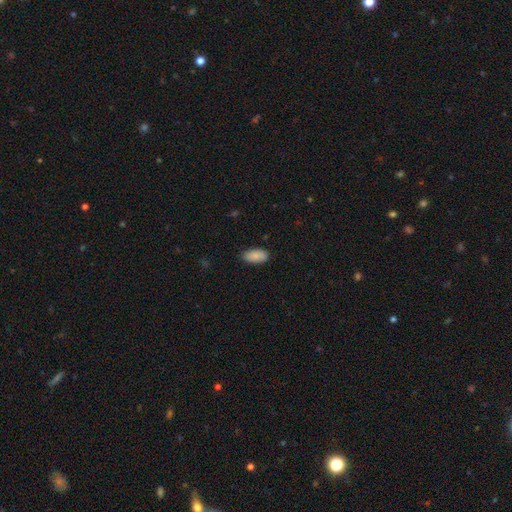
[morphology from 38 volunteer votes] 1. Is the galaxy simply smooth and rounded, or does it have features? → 95% smooth, 5% star or artifact, 0% featured or disk.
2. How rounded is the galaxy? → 97% in between, 3% cigar-shaped, 0% round.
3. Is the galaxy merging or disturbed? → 97% none, 3% minor disturbance, 0% major disturbance, 0% merger.